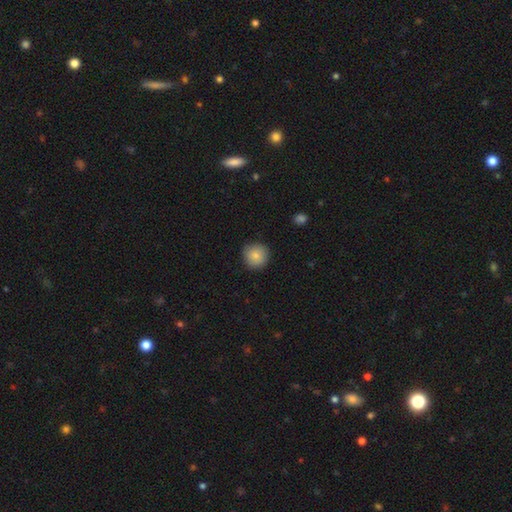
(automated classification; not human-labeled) Smooth or featured? smooth (82%)
How rounded? round (94%)
Merging? none (88%)